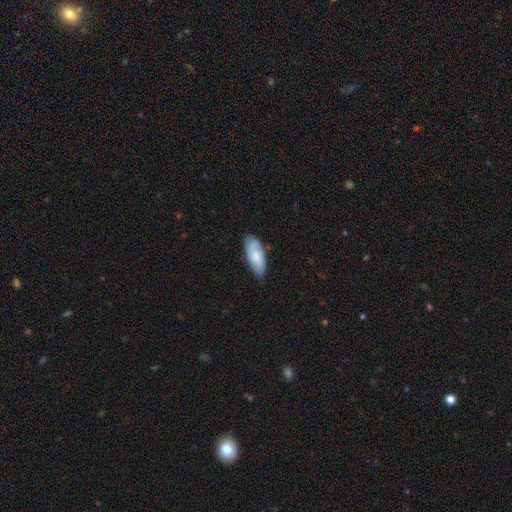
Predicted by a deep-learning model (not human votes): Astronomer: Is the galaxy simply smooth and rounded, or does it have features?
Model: smooth — 69%.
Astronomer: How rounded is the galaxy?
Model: in between — 82%.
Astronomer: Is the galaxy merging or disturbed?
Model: none — 71%.